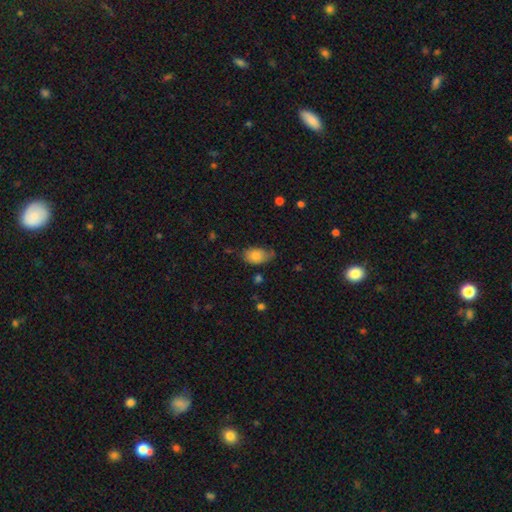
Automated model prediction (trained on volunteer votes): smooth_or_featured: smooth (p=0.78) [alt: featured or disk p=0.14]
how_rounded: in between (p=0.87) [alt: round p=0.11]
merging: none (p=0.48) [alt: minor disturbance p=0.37]